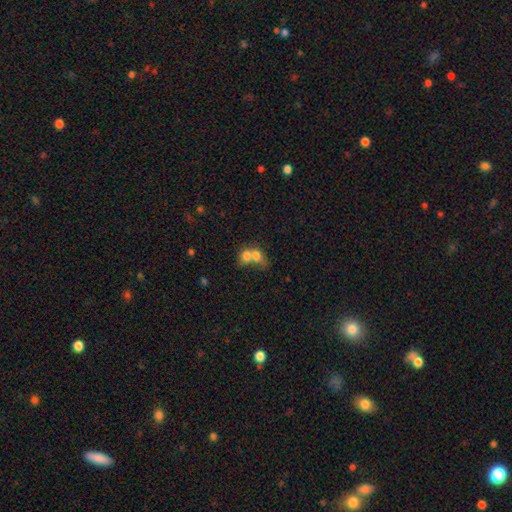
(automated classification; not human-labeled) A smooth galaxy with no disk features (72%) that is in between round and cigar-shaped (54%).

Vote fractions:
- Smooth or featured? smooth: 72% / featured or disk: 19% / star or artifact: 10%
- How rounded? in between: 54% / round: 44% / cigar-shaped: 1%
- Merging? merger: 74% / none: 16% / minor disturbance: 6% / major disturbance: 4%